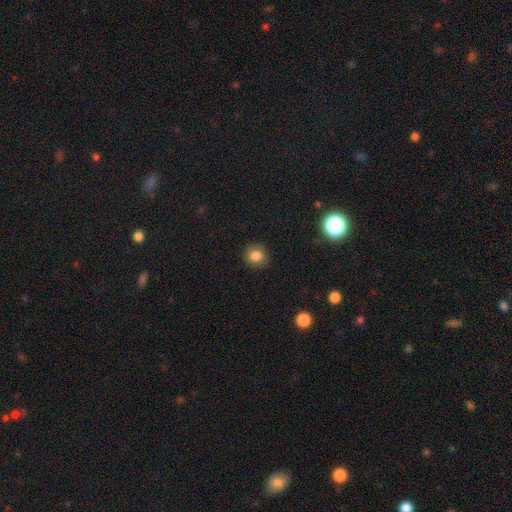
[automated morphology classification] This appears to be a smooth galaxy with no disk features (81%) that is round (85%). Merging: none (86%).